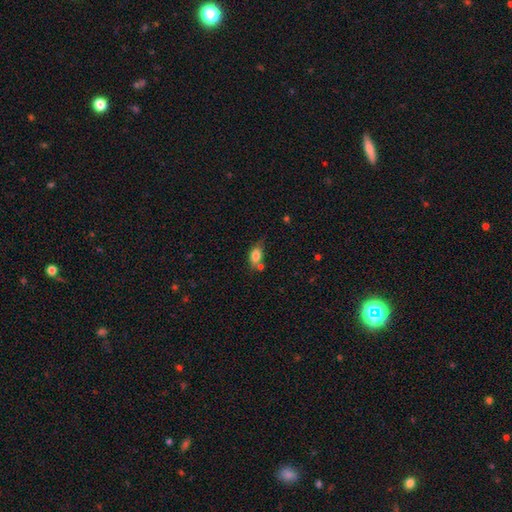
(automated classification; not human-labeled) smooth 80%, featured or disk 11%, star or artifact 9%. Down the decision tree: how rounded — in between (80%); merging — none (51%).